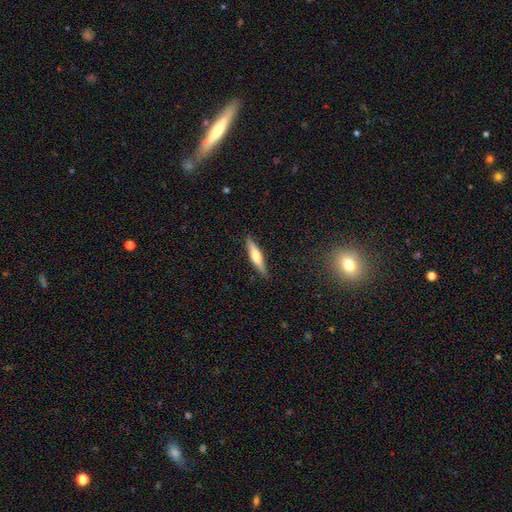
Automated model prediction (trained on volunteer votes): smooth 51%, featured or disk 43%, star or artifact 6%. Down the decision tree: how rounded — cigar-shaped (80%); merging — none (88%).